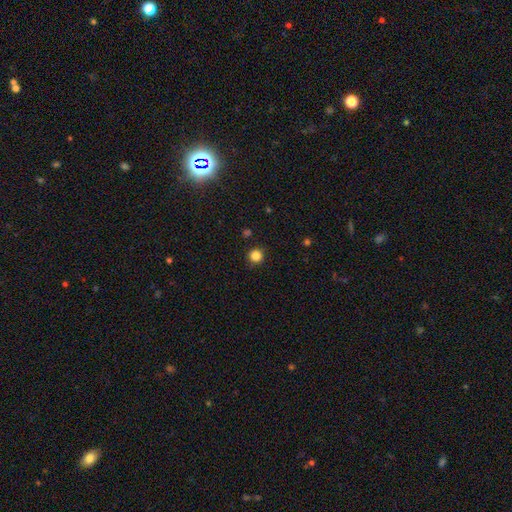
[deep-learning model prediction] Morphology: type=smooth (84%); roundness=round (95%); merging=none (90%).